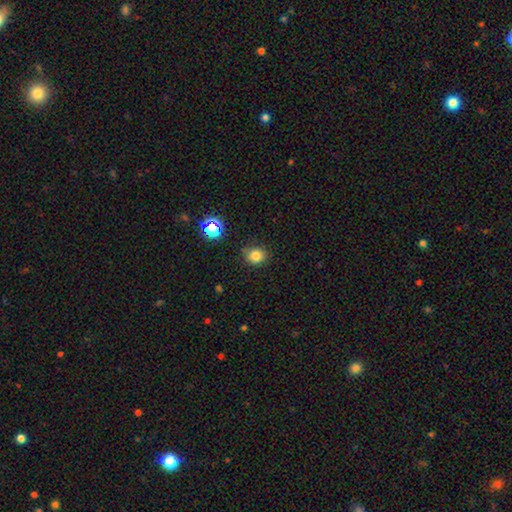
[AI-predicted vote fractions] A smooth galaxy with no disk features (80%) that is round (80%).

Vote fractions:
- Smooth or featured? smooth: 80% / star or artifact: 14% / featured or disk: 5%
- How rounded? round: 80% / in between: 19% / cigar-shaped: 1%
- Merging? none: 82% / minor disturbance: 12% / major disturbance: 3% / merger: 3%